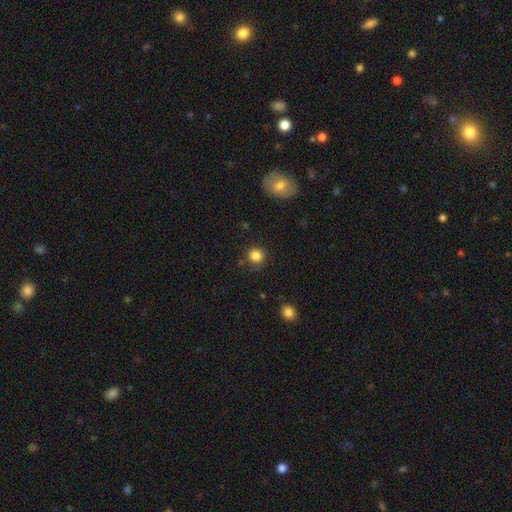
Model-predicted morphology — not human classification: The model was most divided on "merging": none: 82%, minor disturbance: 13%, major disturbance: 3%, merger: 3%. More confident: how rounded — round (89%); smooth or featured — smooth (84%).